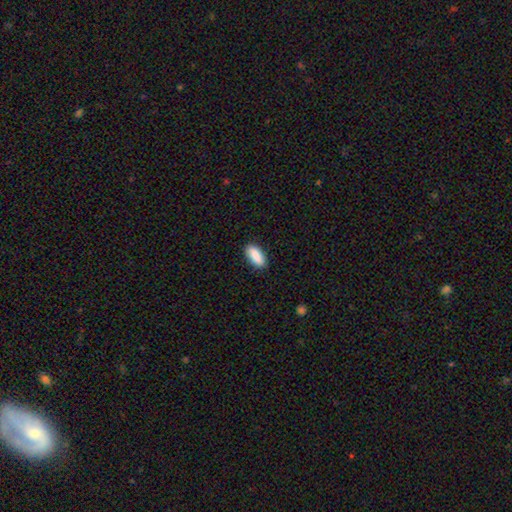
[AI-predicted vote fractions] smooth 88%, star or artifact 6%, featured or disk 6%. Down the decision tree: how rounded — in between (82%); merging — none (89%).